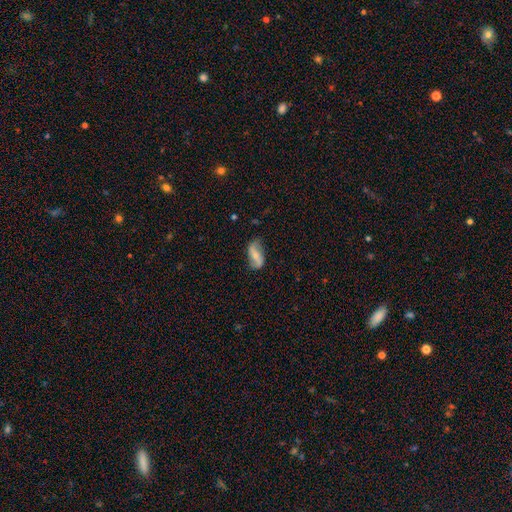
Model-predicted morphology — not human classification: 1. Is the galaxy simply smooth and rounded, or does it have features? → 56% featured or disk, 37% smooth, 7% star or artifact.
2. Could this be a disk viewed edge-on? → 92% no, 8% yes.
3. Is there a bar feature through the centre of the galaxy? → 37% strong, 32% weak, 31% no.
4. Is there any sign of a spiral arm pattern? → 80% yes, 20% no.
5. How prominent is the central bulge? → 52% small, 37% moderate, 7% none, 3% large, 1% dominant.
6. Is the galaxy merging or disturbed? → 67% none, 24% minor disturbance, 7% major disturbance, 2% merger.